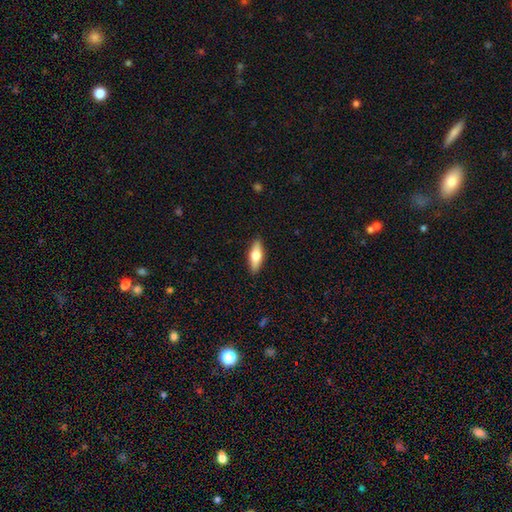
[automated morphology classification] Smooth or featured? smooth (61%)
How rounded? in between (60%)
Merging? none (89%)